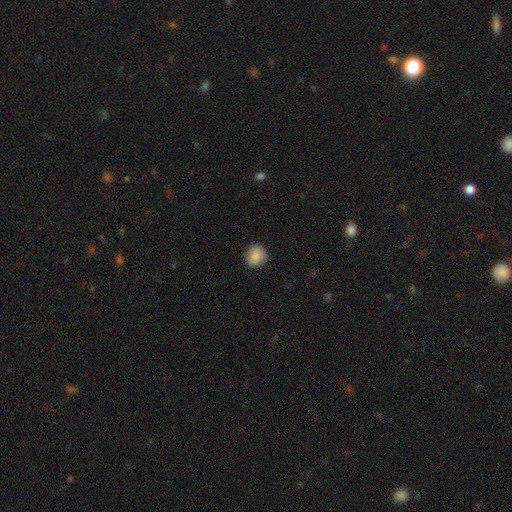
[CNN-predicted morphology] A smooth galaxy with no disk features (87%) that is round (84%). Merging: none (87%).